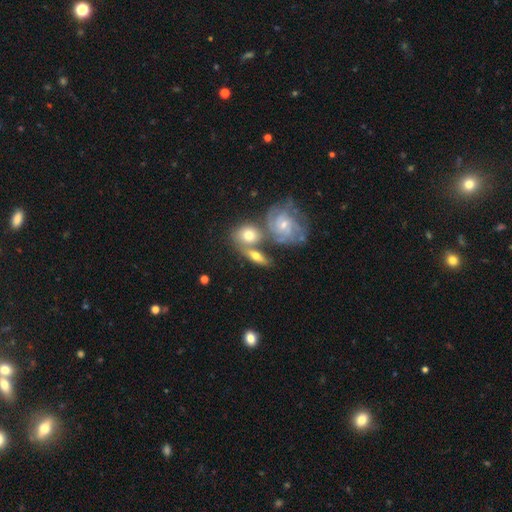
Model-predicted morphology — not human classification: Q: Smooth or featured?
A: featured or disk (58%); runner-up: smooth (33%)
Q: Edge-on disk?
A: no (79%); runner-up: yes (21%)
Q: Merging?
A: none (46%); runner-up: merger (35%)